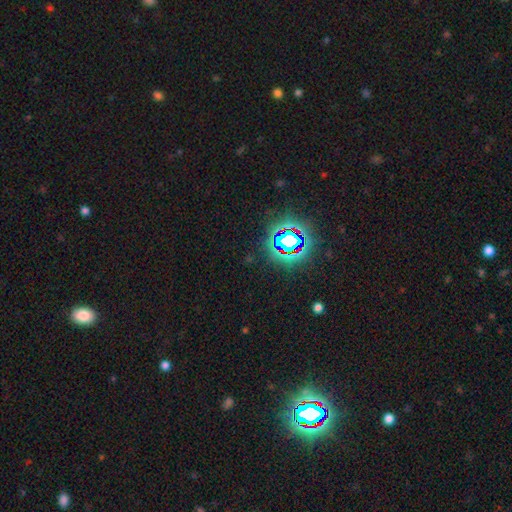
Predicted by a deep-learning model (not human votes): smooth_or_featured: star or artifact (p=0.81) [alt: smooth p=0.11]